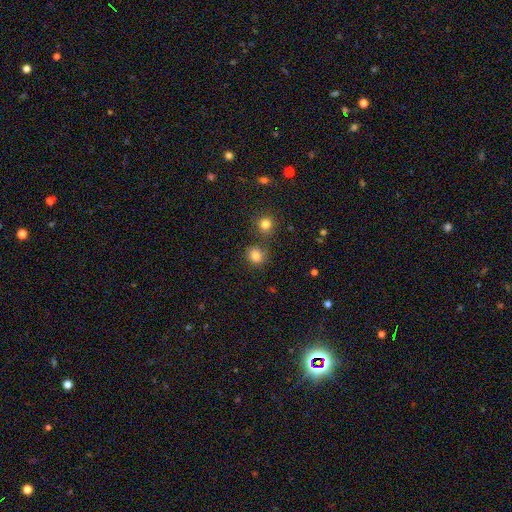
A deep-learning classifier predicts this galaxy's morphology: A smooth galaxy with no disk features (81%) that is round (80%).

Vote fractions:
- Smooth or featured? smooth: 81% / star or artifact: 13% / featured or disk: 5%
- How rounded? round: 80% / in between: 19% / cigar-shaped: 1%
- Merging? none: 76% / minor disturbance: 11% / merger: 9% / major disturbance: 4%